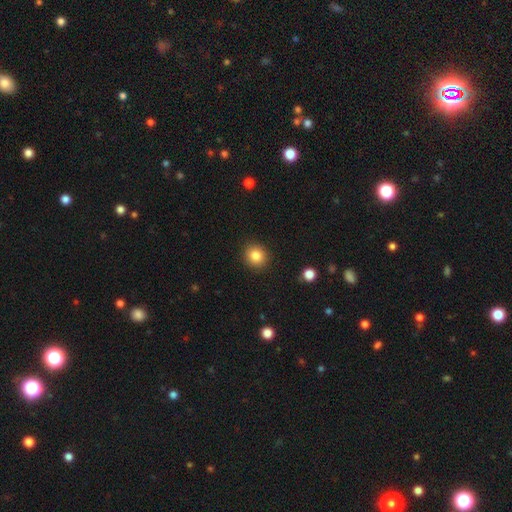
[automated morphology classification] This appears to be a smooth galaxy with no disk features (85%) that is round (86%). Merging: none (91%).